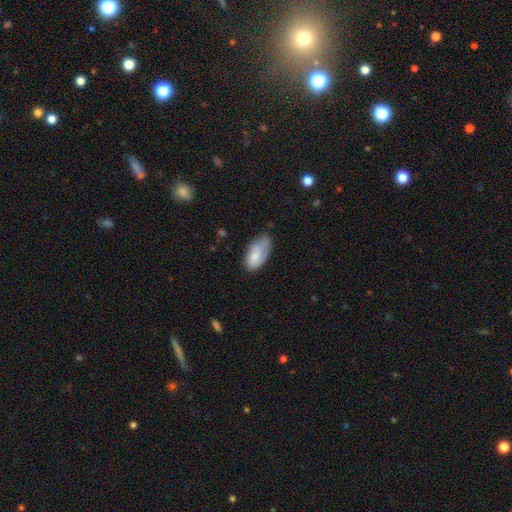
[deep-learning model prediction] Smooth or featured?
  - smooth: 77% *
  - featured or disk: 17%
  - star or artifact: 6%
How rounded?
  - in between: 93% *
  - cigar-shaped: 5%
  - round: 3%
Merging?
  - none: 49% *
  - minor disturbance: 37%
  - major disturbance: 11%
  - merger: 3%